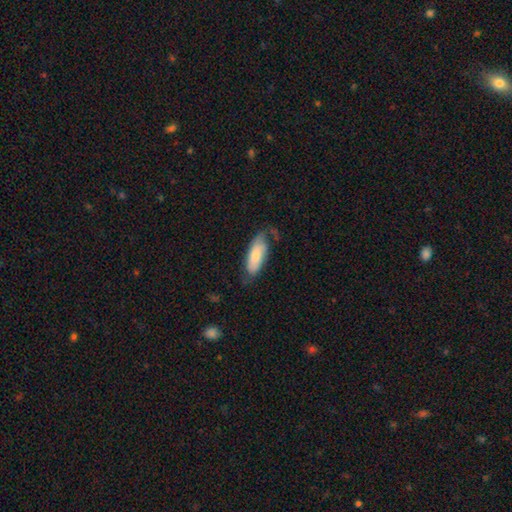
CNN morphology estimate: The model was most divided on "merging": none: 45%, minor disturbance: 33%, major disturbance: 19%, merger: 2%. More confident: how rounded — in between (79%); smooth or featured — smooth (67%).